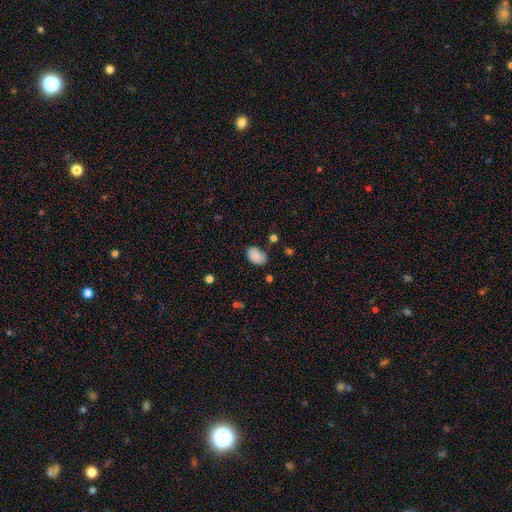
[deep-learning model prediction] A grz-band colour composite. It shows a smooth galaxy with no disk features (87%) that is in between round and cigar-shaped (86%). Merging: none (71%).